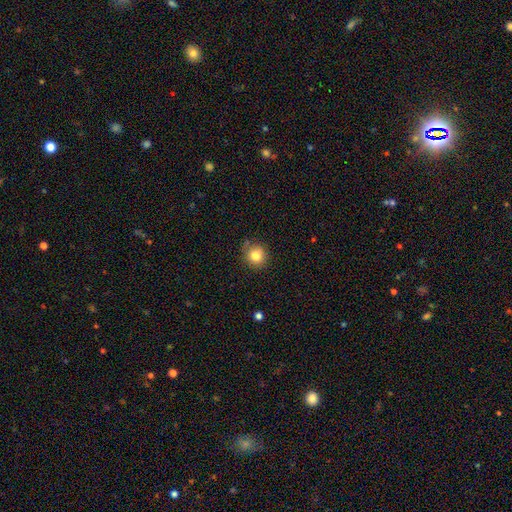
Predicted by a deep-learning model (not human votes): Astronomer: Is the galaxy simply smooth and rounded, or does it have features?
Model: smooth — 81%.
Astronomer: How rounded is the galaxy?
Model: round — 86%.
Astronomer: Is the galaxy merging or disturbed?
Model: none — 77%.